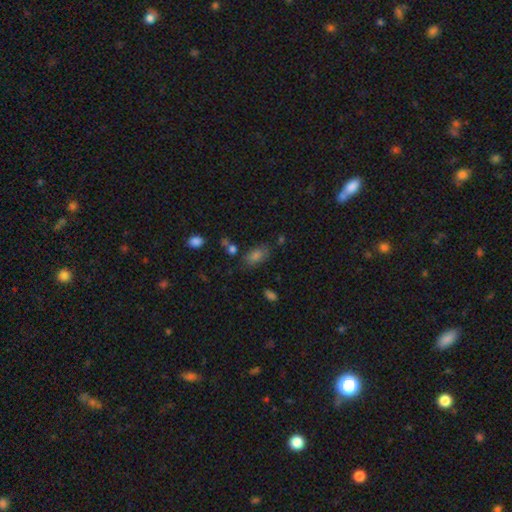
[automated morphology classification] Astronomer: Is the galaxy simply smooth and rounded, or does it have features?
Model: smooth — 73%.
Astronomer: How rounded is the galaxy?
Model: in between — 88%.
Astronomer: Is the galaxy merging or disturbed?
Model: none — 70%.